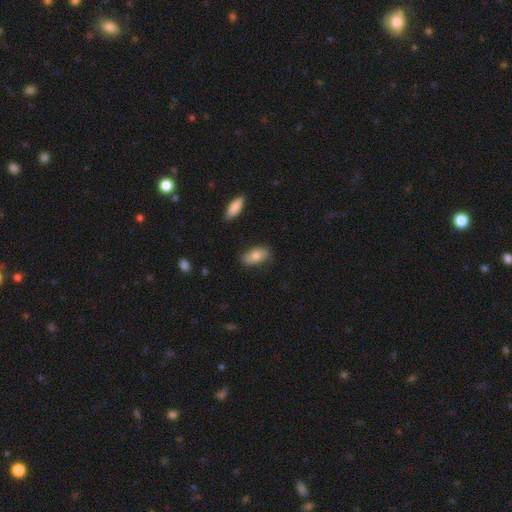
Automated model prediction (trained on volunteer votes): Smooth or featured: smooth — 75% (featured or disk — 18%)
How rounded: in between — 92% (round — 4%)
Merging: none — 81% (minor disturbance — 15%)